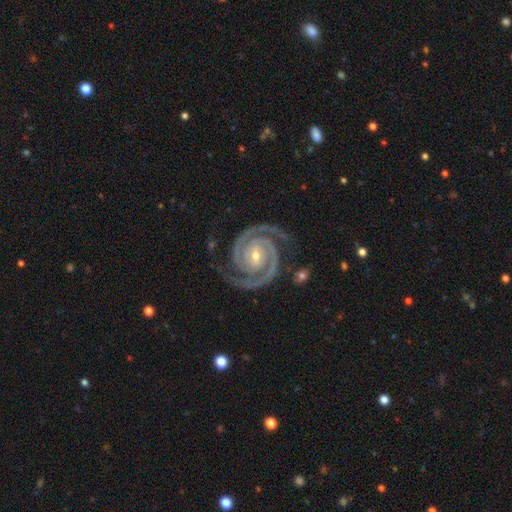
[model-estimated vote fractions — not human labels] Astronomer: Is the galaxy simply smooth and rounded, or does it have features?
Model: featured or disk — 95%.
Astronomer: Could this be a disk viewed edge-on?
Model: no — 98%.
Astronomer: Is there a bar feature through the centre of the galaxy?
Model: no — 43% (runner-up: weak, 31%).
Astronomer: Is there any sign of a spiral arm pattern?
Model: yes — 99%.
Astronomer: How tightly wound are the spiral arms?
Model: tight — 78%.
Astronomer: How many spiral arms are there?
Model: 2 — 92%.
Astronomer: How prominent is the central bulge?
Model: small — 56% (runner-up: moderate, 41%).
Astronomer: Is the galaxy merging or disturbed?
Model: none — 84%.